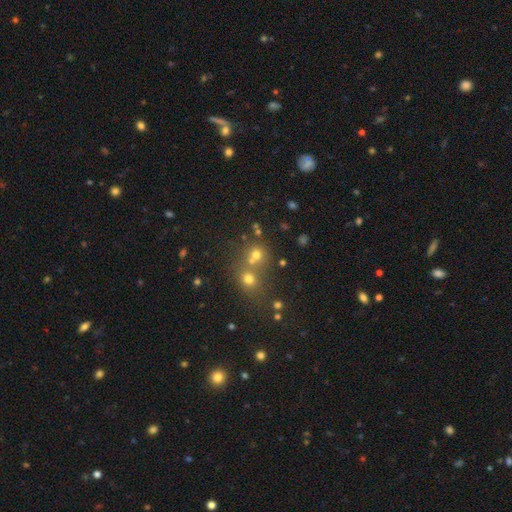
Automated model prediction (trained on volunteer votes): smooth 61%, star or artifact 27%, featured or disk 12%. Down the decision tree: how rounded — round (82%); merging — merger (46%).